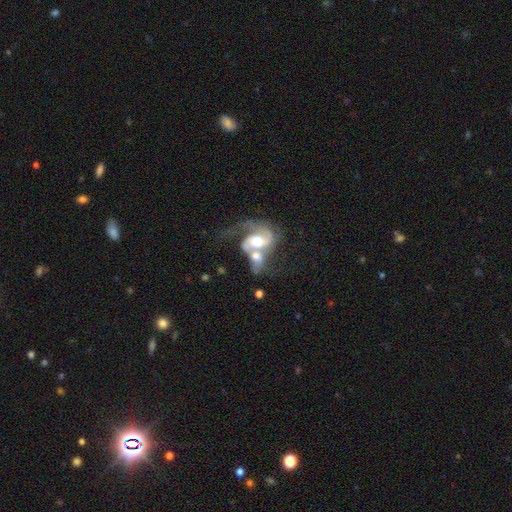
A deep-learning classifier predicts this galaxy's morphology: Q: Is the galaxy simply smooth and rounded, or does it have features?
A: featured or disk — 78%.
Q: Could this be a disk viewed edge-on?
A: no — 97%.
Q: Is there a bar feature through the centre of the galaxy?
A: no — 52%.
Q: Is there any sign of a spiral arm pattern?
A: yes — 87%.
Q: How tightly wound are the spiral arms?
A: loose — 41%.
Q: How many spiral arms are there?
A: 2 — 54%.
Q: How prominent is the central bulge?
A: moderate — 68%.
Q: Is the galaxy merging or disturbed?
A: merger — 68%.